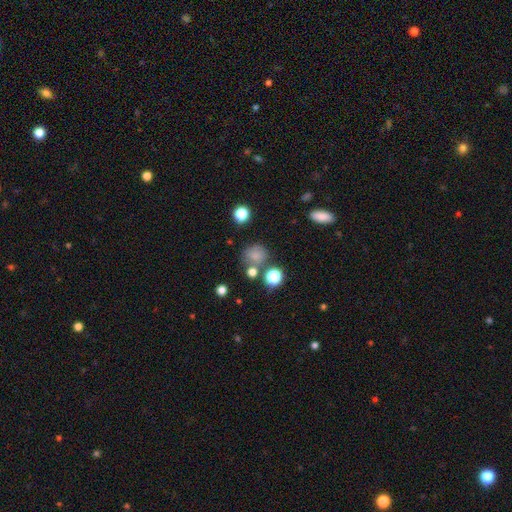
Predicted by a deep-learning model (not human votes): Smooth or featured? smooth (73%)
How rounded? round (79%)
Merging? none (62%)